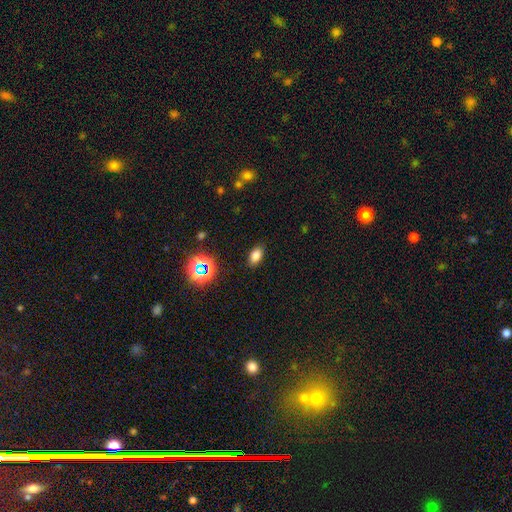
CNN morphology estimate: smooth_or_featured: smooth (p=0.78) [alt: star or artifact p=0.15]
how_rounded: in between (p=0.88) [alt: round p=0.09]
merging: none (p=0.87) [alt: minor disturbance p=0.09]